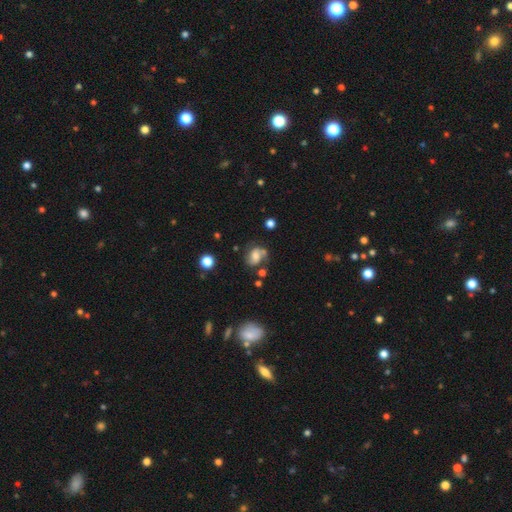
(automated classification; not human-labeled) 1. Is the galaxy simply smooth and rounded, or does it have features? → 56% featured or disk, 33% smooth, 11% star or artifact.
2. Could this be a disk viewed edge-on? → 97% no, 3% yes.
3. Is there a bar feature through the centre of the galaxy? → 57% no, 34% weak, 9% strong.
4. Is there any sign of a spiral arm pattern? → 85% yes, 15% no.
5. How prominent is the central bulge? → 53% moderate, 24% small, 15% large, 7% none, 2% dominant.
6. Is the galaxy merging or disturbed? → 53% none, 22% minor disturbance, 13% major disturbance, 12% merger.